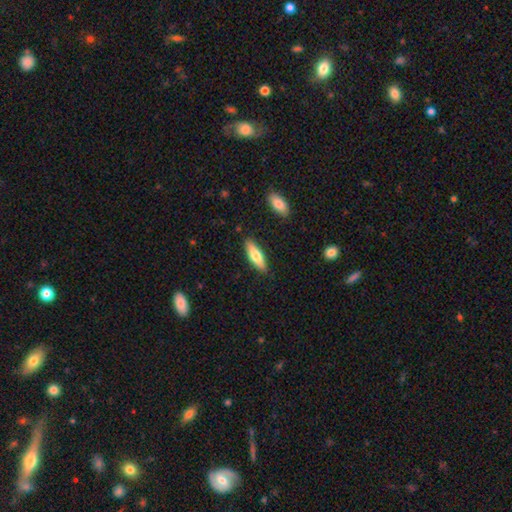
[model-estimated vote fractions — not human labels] A smooth galaxy with no disk features (71%) that is in between round and cigar-shaped (52%). Merging: none (87%).